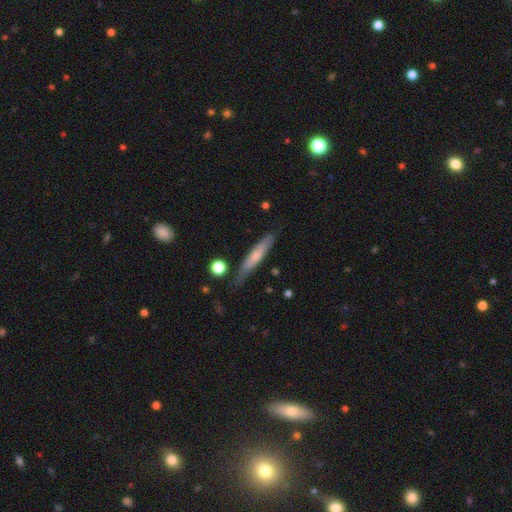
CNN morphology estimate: This is possibly a smooth galaxy (58%). How rounded: clearly cigar-shaped (90%). Merging: likely none (72%).